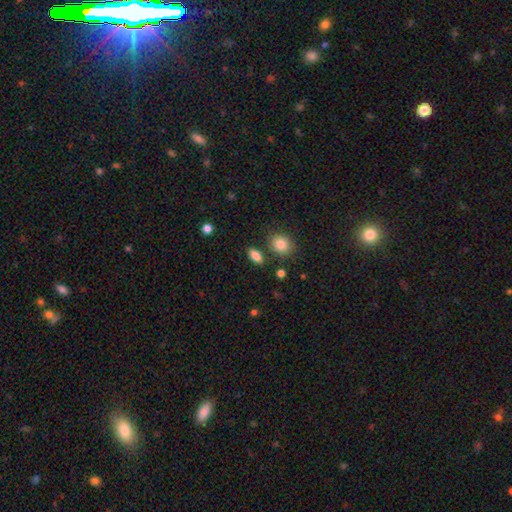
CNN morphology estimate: The model was most divided on "merging": none: 82%, minor disturbance: 10%, merger: 5%, major disturbance: 3%. More confident: smooth or featured — smooth (84%); how rounded — in between (83%).